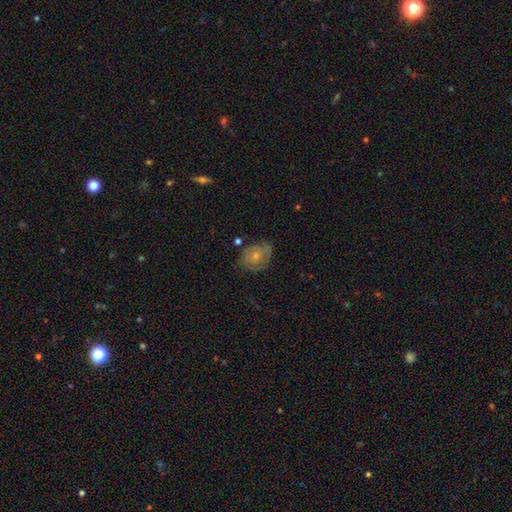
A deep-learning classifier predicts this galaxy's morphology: Smooth or featured: smooth — 47% (featured or disk — 44%)
Merging: none — 62% (minor disturbance — 25%)